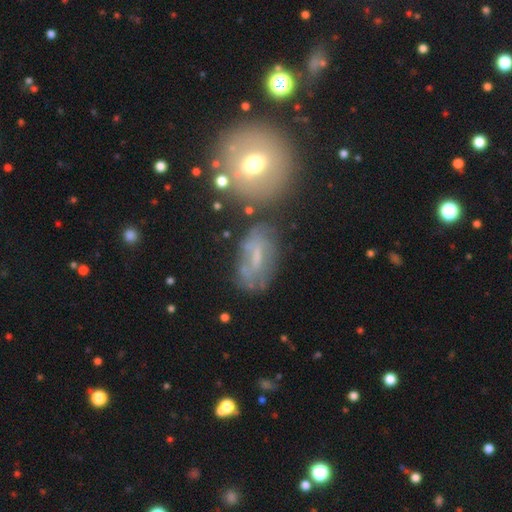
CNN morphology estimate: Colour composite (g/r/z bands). It shows a featured or disk galaxy (53%). Merging: none (57%).